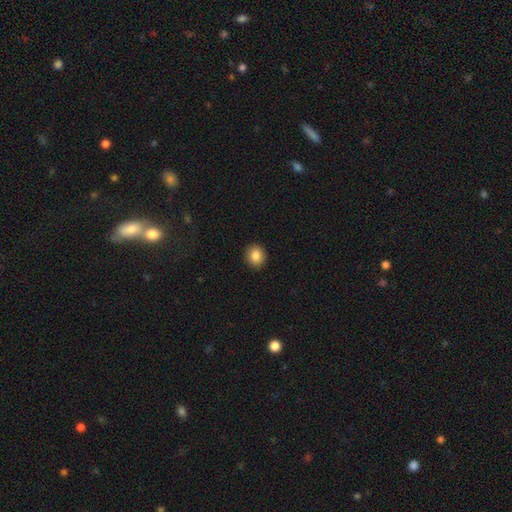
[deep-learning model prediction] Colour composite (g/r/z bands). It shows a smooth galaxy with no disk features (86%) that is round (77%). Merging: none (92%).